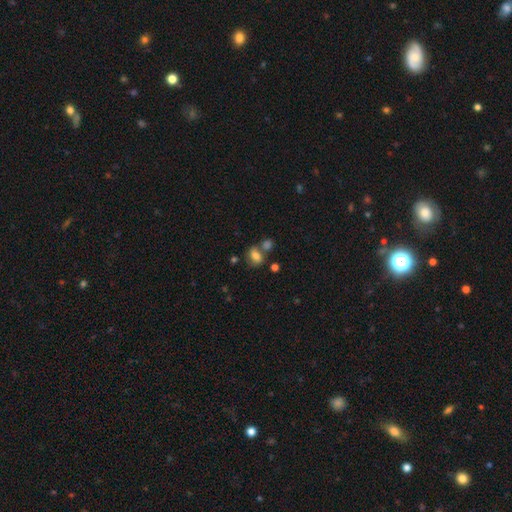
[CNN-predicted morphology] Smooth or featured? Predicted: smooth (p=0.72). How rounded? Predicted: in between (p=0.65). Merging? Predicted: none (p=0.50).